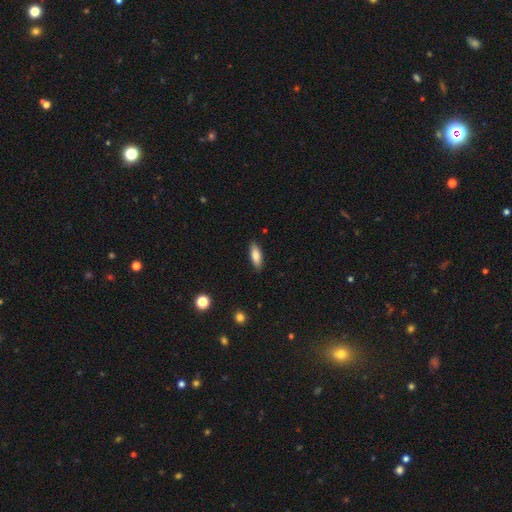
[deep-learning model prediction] Q: Smooth or featured?
A: smooth (82%); runner-up: featured or disk (11%)
Q: How rounded?
A: in between (68%); runner-up: cigar-shaped (30%)
Q: Merging?
A: none (87%); runner-up: minor disturbance (10%)